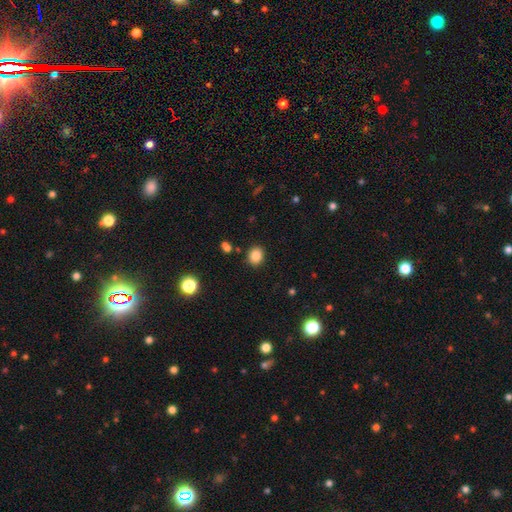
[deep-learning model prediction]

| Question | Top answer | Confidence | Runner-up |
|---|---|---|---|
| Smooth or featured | smooth | 85% | star or artifact (11%) |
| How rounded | round | 67% | in between (32%) |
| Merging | none | 88% | minor disturbance (7%) |